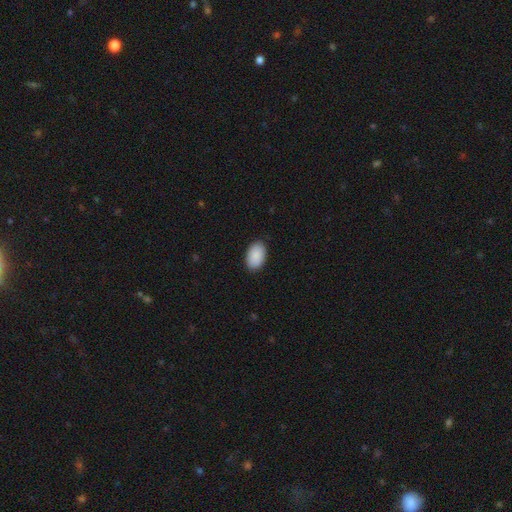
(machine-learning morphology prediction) This appears to be a smooth galaxy with no disk features (90%) that is in between round and cigar-shaped (94%). Merging: none (88%).